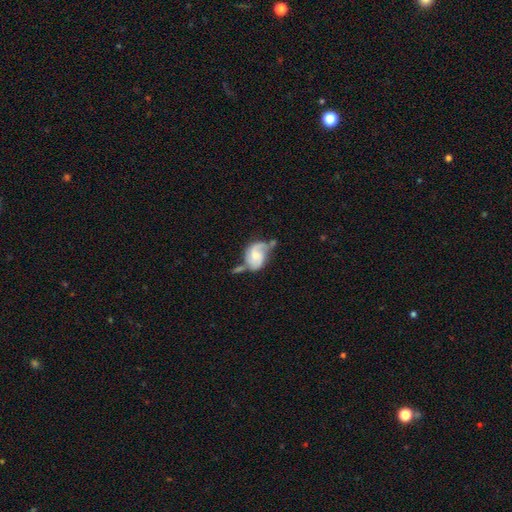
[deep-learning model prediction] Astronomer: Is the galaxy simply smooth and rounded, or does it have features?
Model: featured or disk — 70%.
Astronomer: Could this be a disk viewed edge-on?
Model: no — 98%.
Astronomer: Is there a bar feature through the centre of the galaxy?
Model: no — 54% (runner-up: weak, 38%).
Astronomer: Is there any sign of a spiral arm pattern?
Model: yes — 90%.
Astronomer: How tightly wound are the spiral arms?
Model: medium — 44% (runner-up: loose, 36%).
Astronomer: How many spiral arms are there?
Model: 2 — 80%.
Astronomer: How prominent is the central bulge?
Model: moderate — 34% (runner-up: small, 33%).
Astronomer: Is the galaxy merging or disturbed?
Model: none — 30% (runner-up: minor disturbance, 26%).